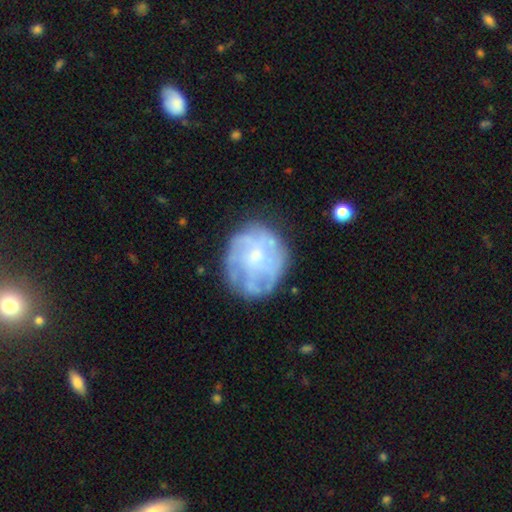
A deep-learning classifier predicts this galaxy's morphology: This appears to be a featured or disk galaxy (63%) with no bar (80%), no spiral arms (56%) and a small central bulge (54%). Merging: none (65%).